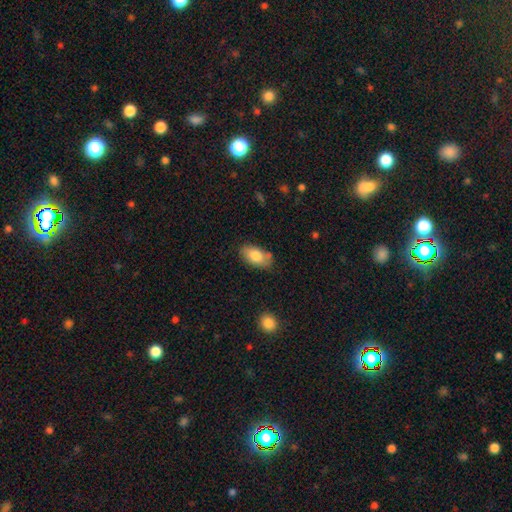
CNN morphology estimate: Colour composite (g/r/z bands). It shows a smooth galaxy with no disk features (80%) that is in between round and cigar-shaped (93%). Merging: none (75%).